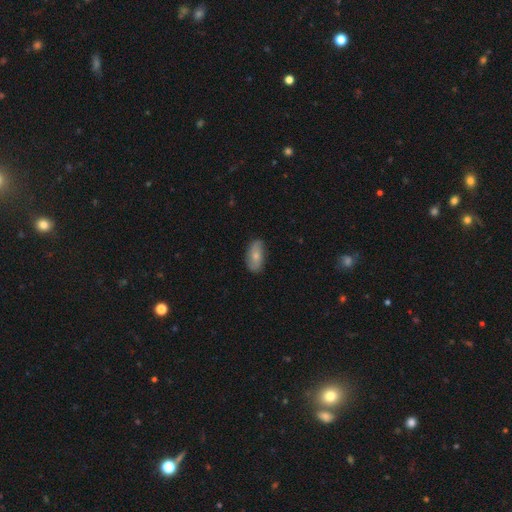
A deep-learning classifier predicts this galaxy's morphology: smooth 69%, featured or disk 24%, star or artifact 7%. Down the decision tree: how rounded — in between (90%); merging — none (80%).